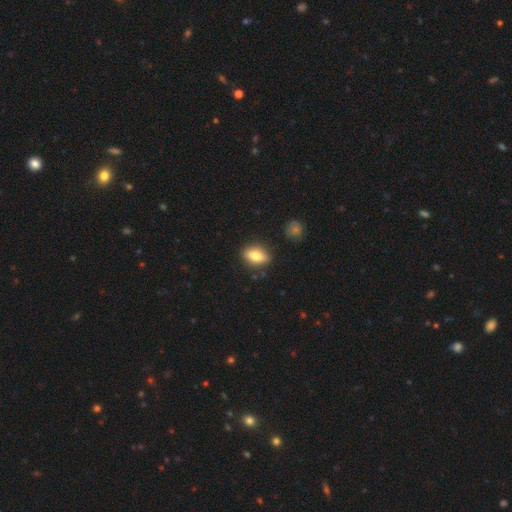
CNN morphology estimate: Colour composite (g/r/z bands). It shows a smooth galaxy with no disk features (71%) that is in between round and cigar-shaped (77%). Merging: none (85%).